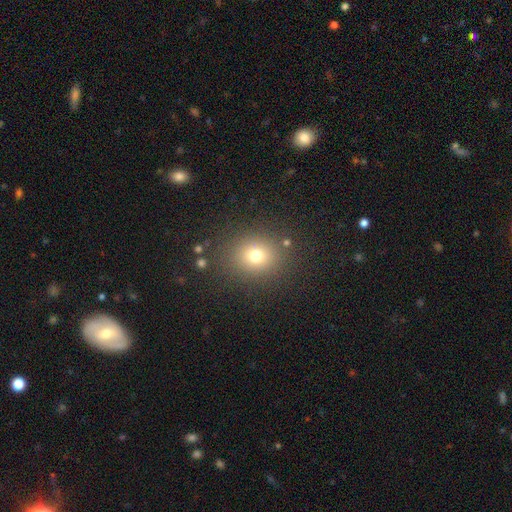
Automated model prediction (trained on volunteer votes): smooth-or-featured: smooth: 74% | star or artifact: 17% | featured or disk: 9%
  how-rounded: round: 72% | in between: 27% | cigar-shaped: 1%
  merging: none: 85% | minor disturbance: 9% | major disturbance: 4% | merger: 3%